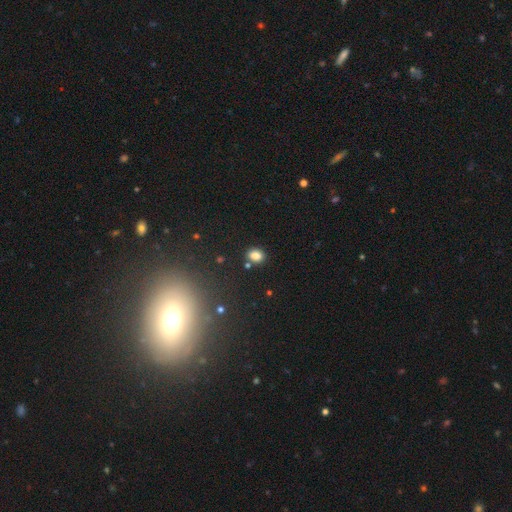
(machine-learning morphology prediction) type=smooth (82%); roundness=in between (60%); merging=none (78%).